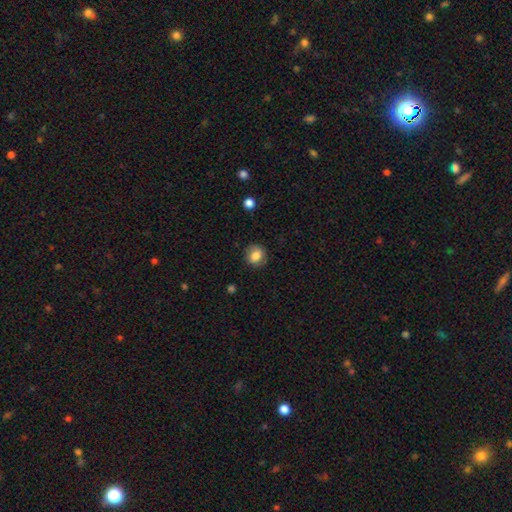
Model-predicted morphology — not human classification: This is clearly a smooth galaxy (81%). How rounded: likely round (77%). Merging: clearly none (85%).